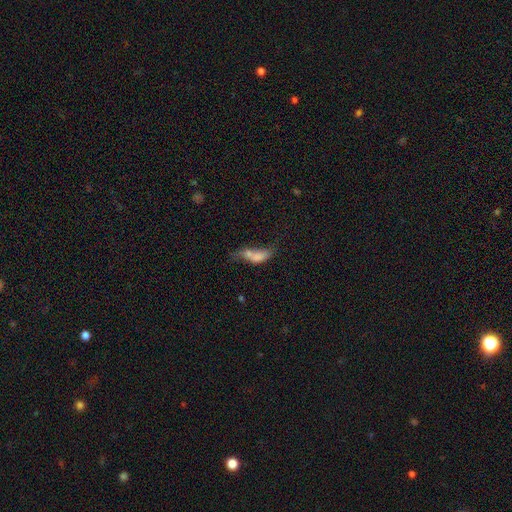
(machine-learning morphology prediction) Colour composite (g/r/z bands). It shows a smooth galaxy with no disk features (63%) that is in between round and cigar-shaped (75%). Merging: merger (46%).